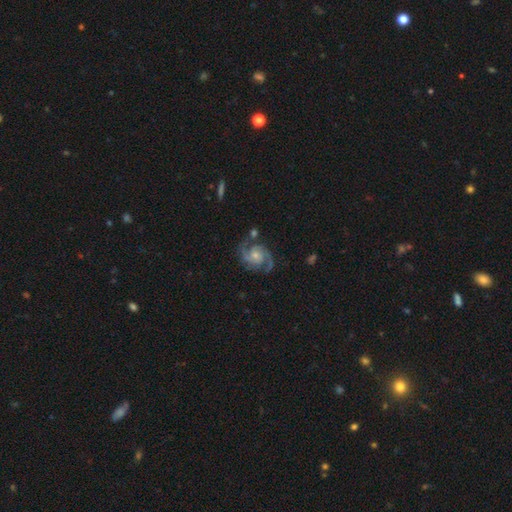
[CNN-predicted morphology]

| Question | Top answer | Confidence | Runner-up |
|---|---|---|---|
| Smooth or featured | featured or disk | 91% | star or artifact (5%) |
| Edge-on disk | no | 98% | yes (2%) |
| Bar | no | 69% | weak (25%) |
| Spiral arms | yes | 98% | no (2%) |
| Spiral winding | medium | 58% | tight (27%) |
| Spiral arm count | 2 | 83% | 3 (9%) |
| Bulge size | small | 58% | moderate (36%) |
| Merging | none | 73% | minor disturbance (16%) |